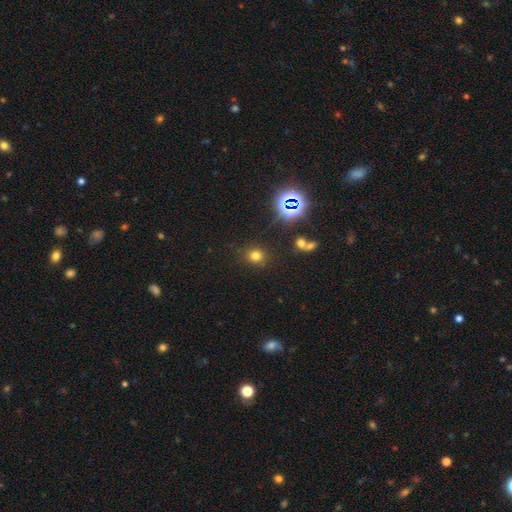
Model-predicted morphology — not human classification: type=smooth (70%); roundness=round (82%); merging=none (85%).